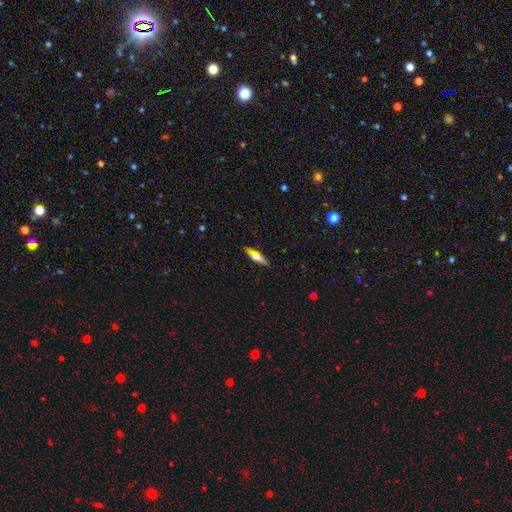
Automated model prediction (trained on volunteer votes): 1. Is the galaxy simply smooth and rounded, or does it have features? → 49% smooth, 44% featured or disk, 7% star or artifact.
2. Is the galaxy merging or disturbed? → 86% none, 10% minor disturbance, 2% major disturbance, 1% merger.